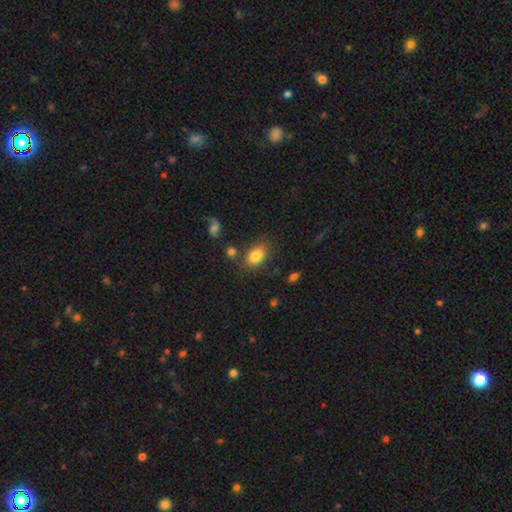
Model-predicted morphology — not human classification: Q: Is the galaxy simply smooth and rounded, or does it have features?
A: smooth — 82%.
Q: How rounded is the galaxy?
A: in between — 80%.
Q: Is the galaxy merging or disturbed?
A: none — 70%.